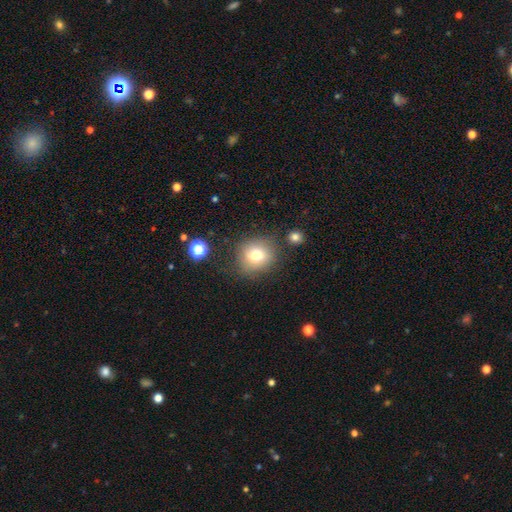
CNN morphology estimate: smooth 75%, featured or disk 13%, star or artifact 12%. Down the decision tree: how rounded — round (83%); merging — none (76%).